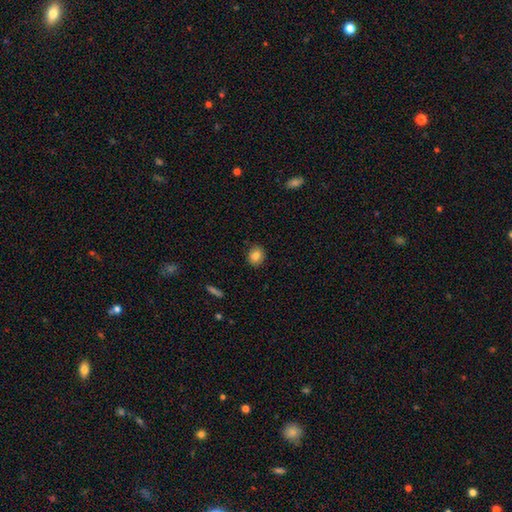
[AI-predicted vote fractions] smooth_or_featured: smooth (p=0.83) [alt: star or artifact p=0.09]
how_rounded: round (p=0.70) [alt: in between p=0.29]
merging: none (p=0.88) [alt: minor disturbance p=0.09]